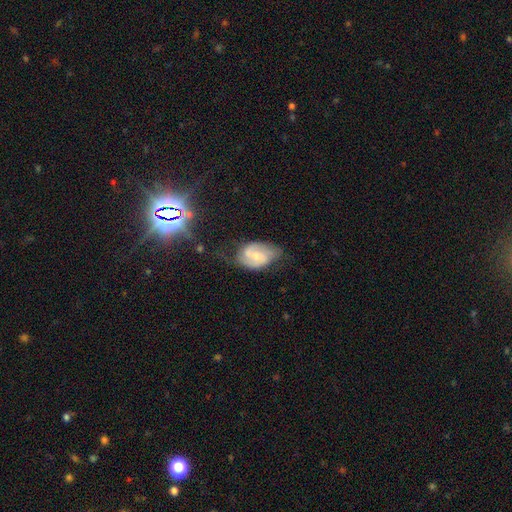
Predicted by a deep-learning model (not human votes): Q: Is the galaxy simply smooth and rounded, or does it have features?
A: featured or disk — 62%.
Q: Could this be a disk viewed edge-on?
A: no — 97%.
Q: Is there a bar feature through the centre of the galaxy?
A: weak — 48%.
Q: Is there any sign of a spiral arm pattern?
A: yes — 87%.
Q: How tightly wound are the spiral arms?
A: medium — 48%.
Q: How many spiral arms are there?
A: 2 — 79%.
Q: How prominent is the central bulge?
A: small — 50%.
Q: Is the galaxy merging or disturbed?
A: none — 52%.